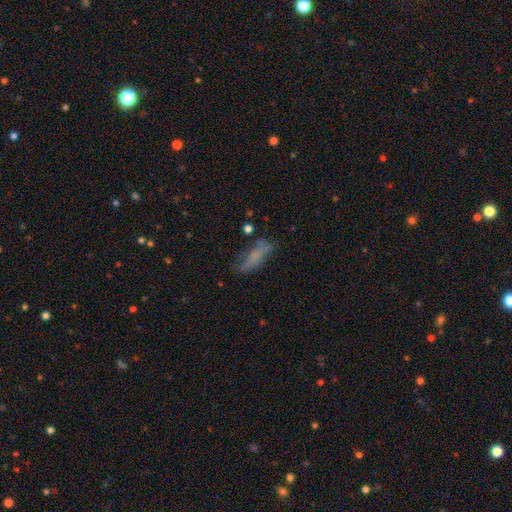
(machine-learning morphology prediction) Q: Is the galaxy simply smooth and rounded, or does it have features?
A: smooth — 60%.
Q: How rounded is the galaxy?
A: cigar-shaped — 53%.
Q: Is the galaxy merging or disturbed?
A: none — 53%.